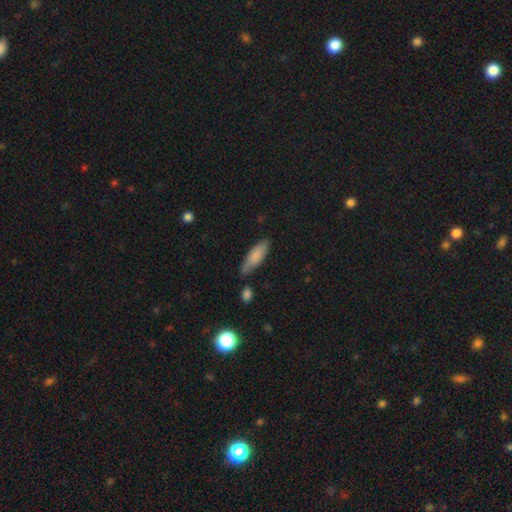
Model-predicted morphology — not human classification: Smooth or featured? smooth (81%)
How rounded? in between (57%)
Merging? none (68%)